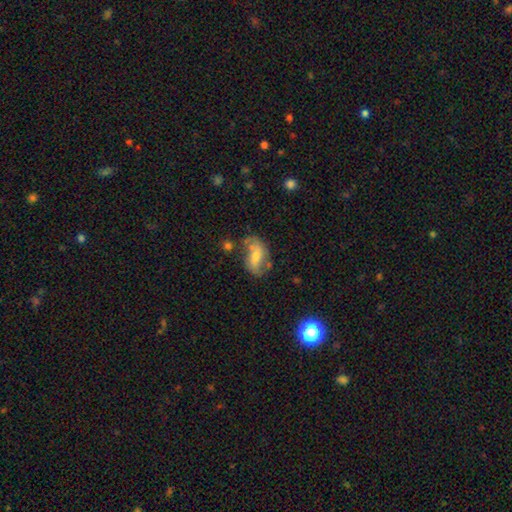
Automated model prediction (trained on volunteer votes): Smooth or featured? Predicted: featured or disk (p=0.56). Edge-on disk? Predicted: no (p=0.94). Bar? Predicted: weak (p=0.41). Spiral arms? Predicted: yes (p=0.78). Bulge size? Predicted: moderate (p=0.50). Merging? Predicted: none (p=0.54).